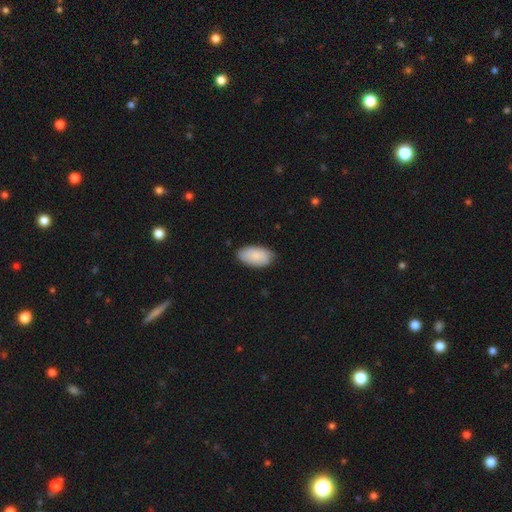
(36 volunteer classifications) Smooth or featured: smooth — 97% (featured or disk — 3%)
How rounded: in between — 94% (round — 6%)
Merging: none — 86% (minor disturbance — 14%)